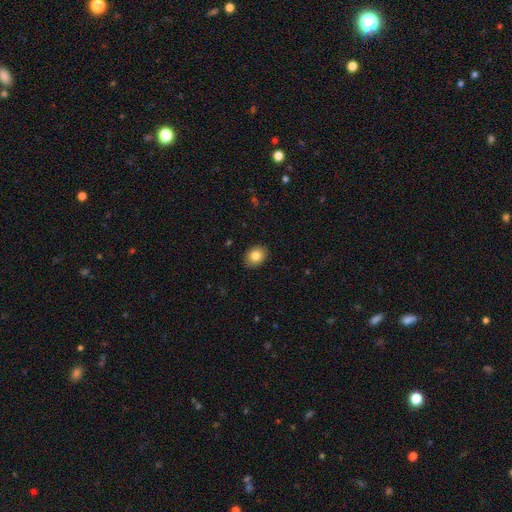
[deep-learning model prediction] Morphology: type=smooth (84%); roundness=in between (64%); merging=none (89%).